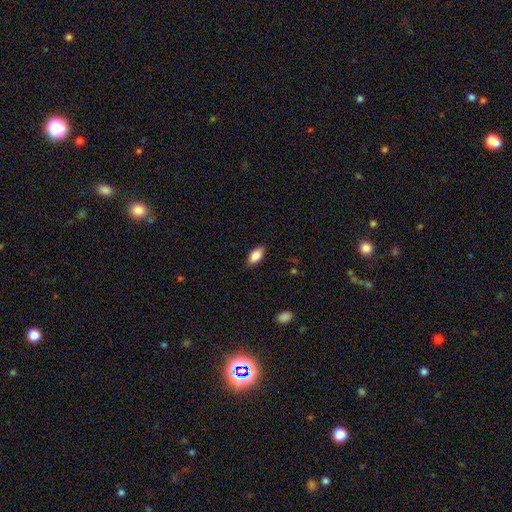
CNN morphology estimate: Q: Smooth or featured?
A: smooth (85%); runner-up: featured or disk (8%)
Q: How rounded?
A: in between (90%); runner-up: cigar-shaped (5%)
Q: Merging?
A: none (84%); runner-up: minor disturbance (12%)